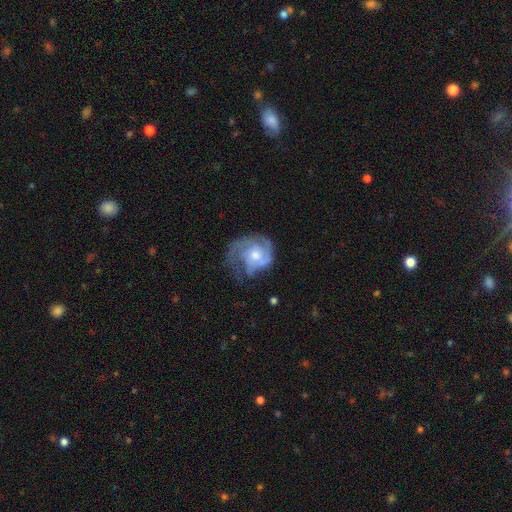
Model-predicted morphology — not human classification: Smooth or featured? Predicted: featured or disk (p=0.76). Edge-on disk? Predicted: no (p=0.98). Bar? Predicted: no (p=0.75). Spiral arms? Predicted: yes (p=0.90). Spiral winding? Predicted: tight (p=0.45). Spiral arm count? Predicted: 2 (p=0.28). Bulge size? Predicted: moderate (p=0.64). Merging? Predicted: none (p=0.45).